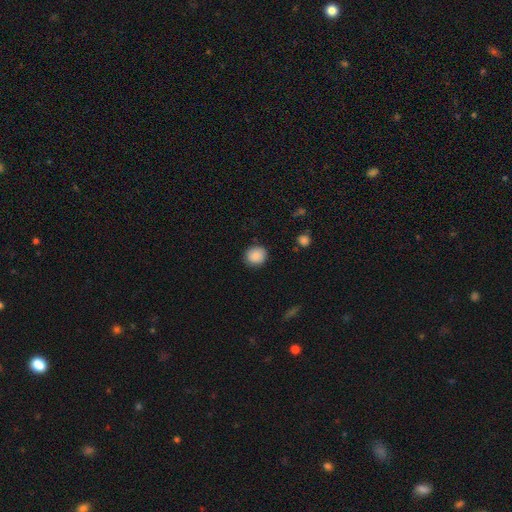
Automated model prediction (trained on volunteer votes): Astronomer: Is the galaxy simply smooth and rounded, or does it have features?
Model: smooth — 87%.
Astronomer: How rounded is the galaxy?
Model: round — 79%.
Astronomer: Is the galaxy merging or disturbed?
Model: none — 85%.